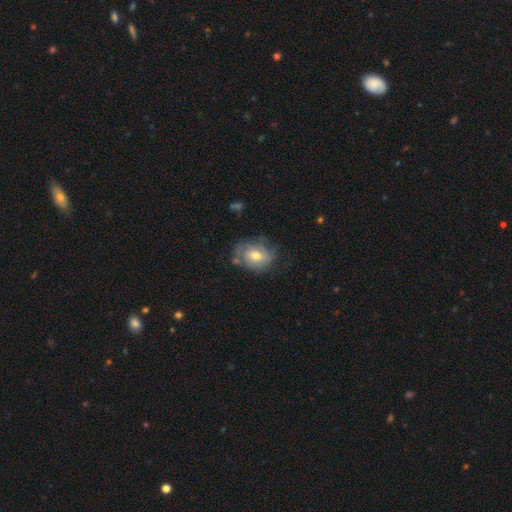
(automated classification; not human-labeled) This appears to be a smooth galaxy with no disk features (48%). Merging: none (55%).